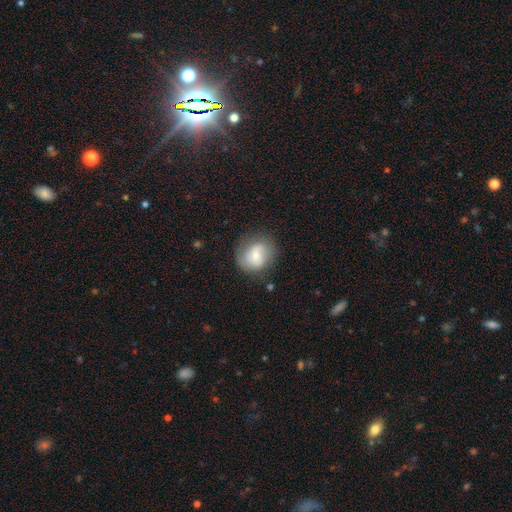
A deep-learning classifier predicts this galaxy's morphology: A smooth galaxy with no disk features (60%) that is round (73%).

Vote fractions:
- Smooth or featured? smooth: 60% / featured or disk: 32% / star or artifact: 8%
- How rounded? round: 73% / in between: 26% / cigar-shaped: 1%
- Merging? none: 72% / minor disturbance: 19% / major disturbance: 8% / merger: 2%